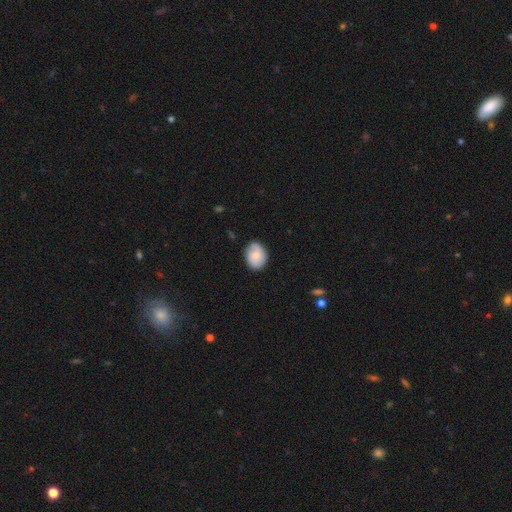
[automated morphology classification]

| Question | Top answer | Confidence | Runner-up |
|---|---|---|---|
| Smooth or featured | smooth | 74% | featured or disk (19%) |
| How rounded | in between | 63% | round (36%) |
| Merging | none | 80% | minor disturbance (15%) |